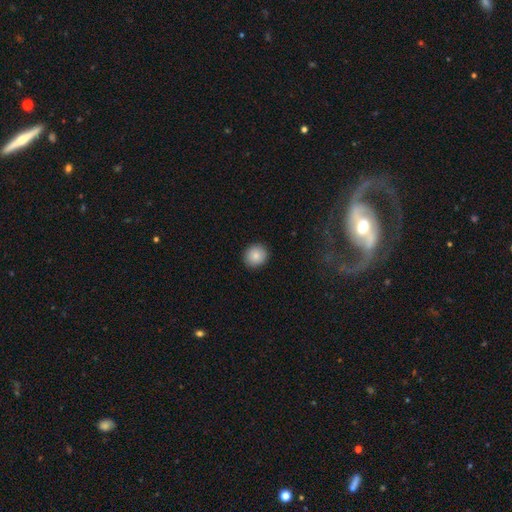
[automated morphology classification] smooth_or_featured: smooth (p=0.86) [alt: star or artifact p=0.08]
how_rounded: round (p=0.89) [alt: in between p=0.10]
merging: none (p=0.91) [alt: minor disturbance p=0.06]